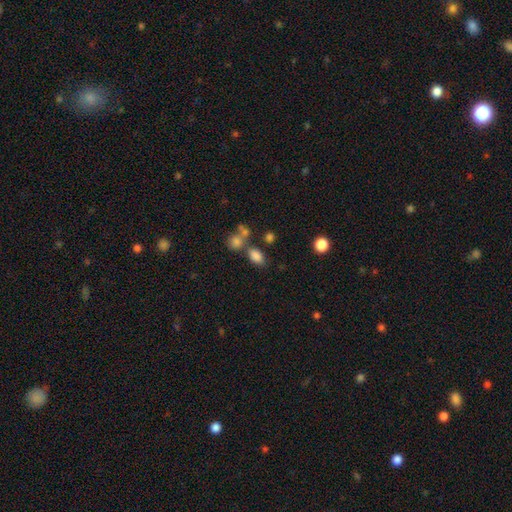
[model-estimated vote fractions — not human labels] Smooth or featured?
  - smooth: 81% *
  - star or artifact: 12%
  - featured or disk: 7%
How rounded?
  - in between: 85% *
  - round: 13%
  - cigar-shaped: 2%
Merging?
  - none: 61% *
  - merger: 21%
  - minor disturbance: 13%
  - major disturbance: 5%